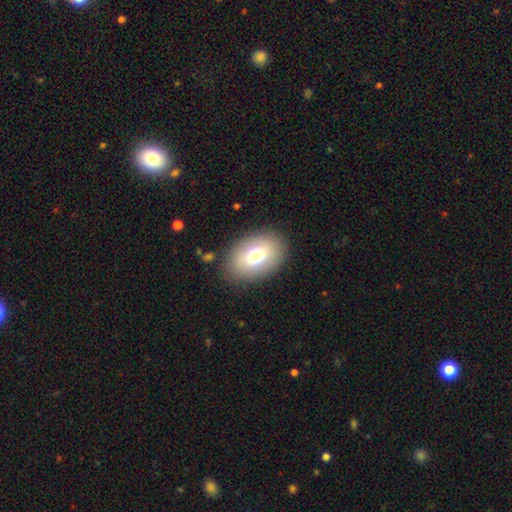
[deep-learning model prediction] A smooth galaxy with no disk features (73%) that is in between round and cigar-shaped (84%). Merging: none (85%).